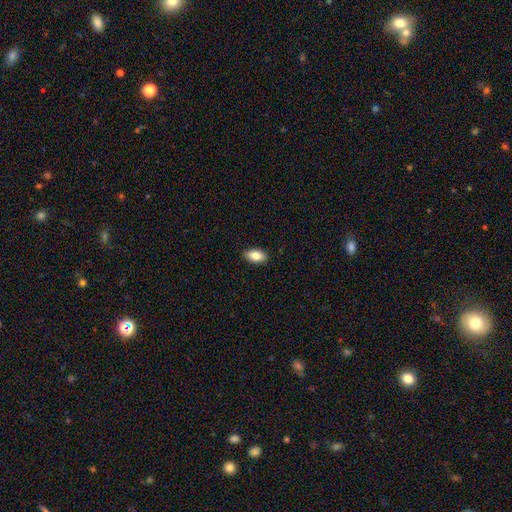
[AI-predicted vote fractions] Overall: smooth (83%). How rounded: in between (92%). Merging: none (90%).